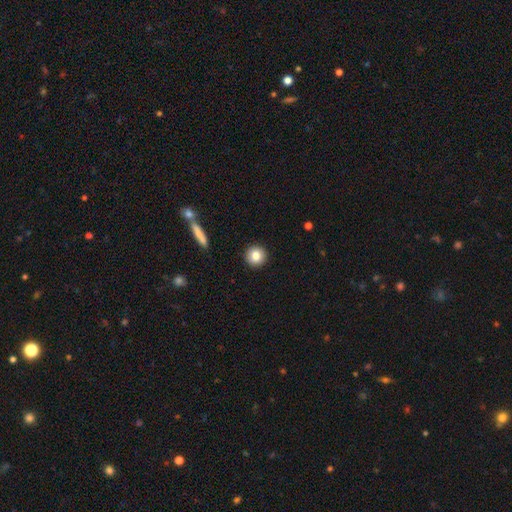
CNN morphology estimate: smooth 83%, star or artifact 9%, featured or disk 8%. Down the decision tree: how rounded — round (93%); merging — none (92%).